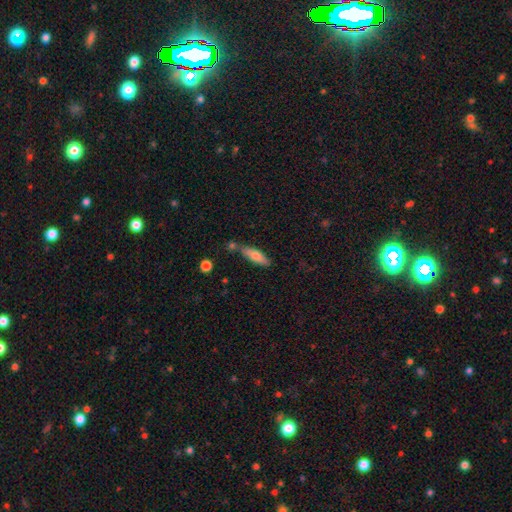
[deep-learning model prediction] This is likely a smooth galaxy (68%). How rounded: likely cigar-shaped (60%). Merging: likely none (66%).